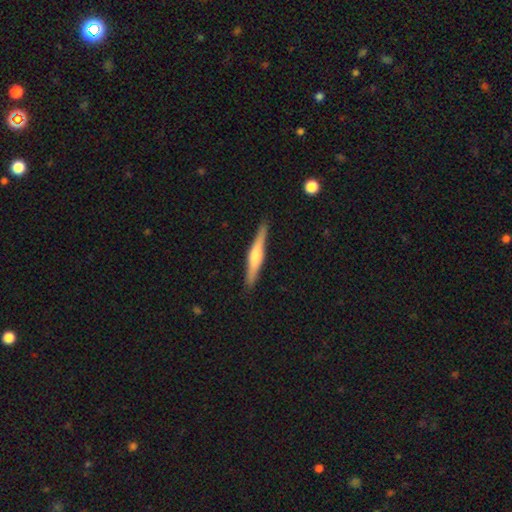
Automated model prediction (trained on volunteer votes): Smooth or featured? Predicted: featured or disk (p=0.63). Edge-on disk? Predicted: yes (p=0.98). Edge-on bulge? Predicted: rounded (p=0.77). Merging? Predicted: none (p=0.91).